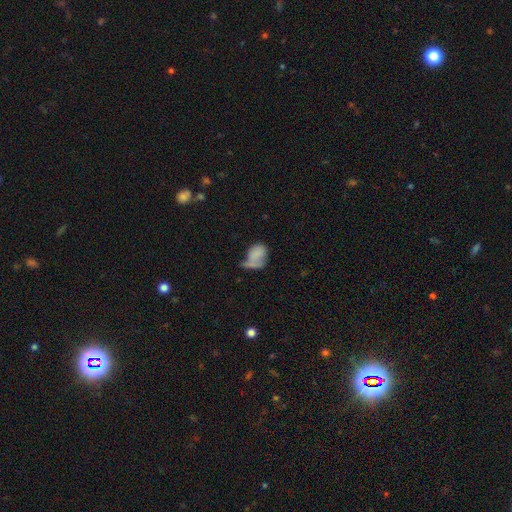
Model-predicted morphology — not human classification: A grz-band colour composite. It shows a smooth galaxy with no disk features (71%) that is in between round and cigar-shaped (67%). Merging: none (27%, tied with major disturbance).